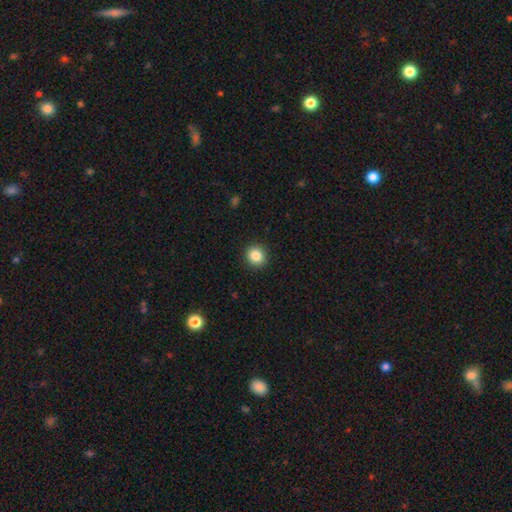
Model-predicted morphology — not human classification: Smooth or featured? smooth (85%)
How rounded? round (90%)
Merging? none (92%)